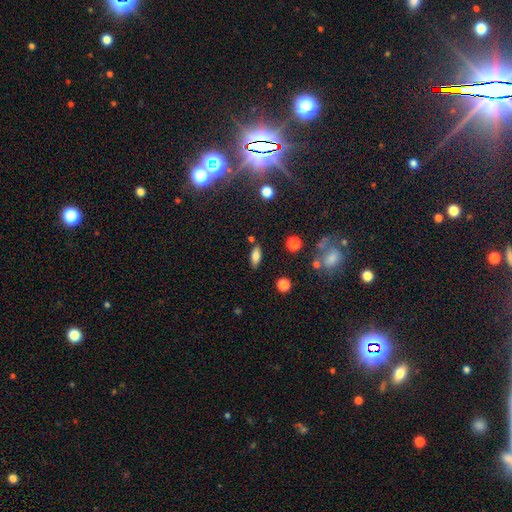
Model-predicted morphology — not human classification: smooth_or_featured: smooth (p=0.79) [alt: featured or disk p=0.12]
how_rounded: in between (p=0.81) [alt: cigar-shaped p=0.15]
merging: none (p=0.80) [alt: minor disturbance p=0.12]